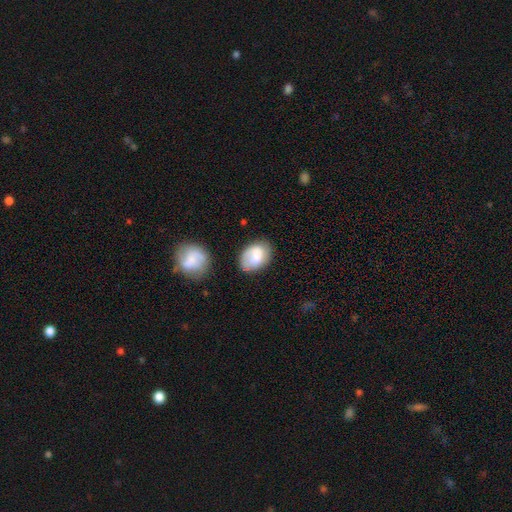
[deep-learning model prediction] Smooth or featured: smooth — 66% (featured or disk — 26%)
How rounded: in between — 80% (round — 19%)
Merging: none — 61% (minor disturbance — 25%)